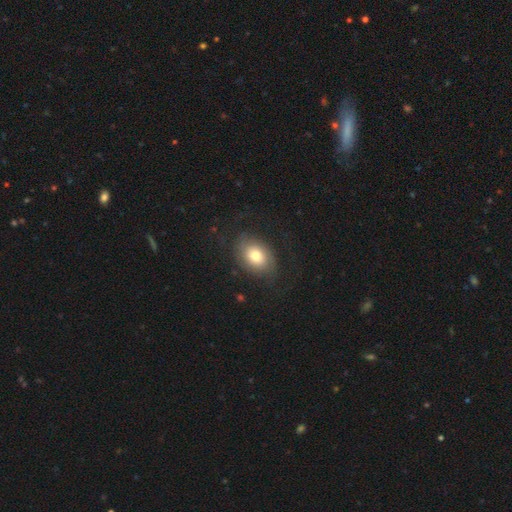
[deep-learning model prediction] Smooth or featured? Predicted: smooth (p=0.58). How rounded? Predicted: in between (p=0.71). Merging? Predicted: none (p=0.70).